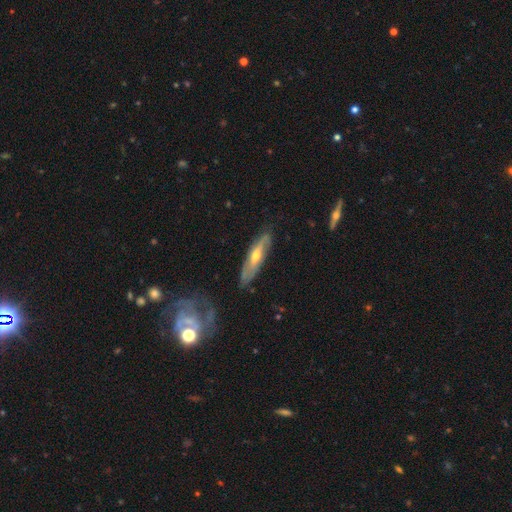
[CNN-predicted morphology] This appears to be a featured or disk galaxy (64%) viewed edge-on (52%). Merging: none (74%).